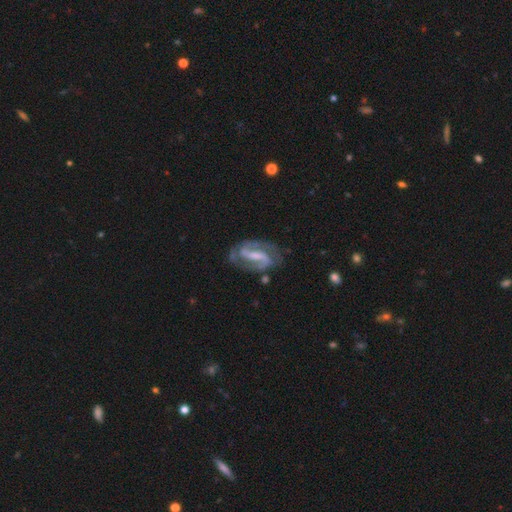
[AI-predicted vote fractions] Smooth or featured? Predicted: featured or disk (p=0.88). Edge-on disk? Predicted: no (p=0.97). Bar? Predicted: strong (p=0.45). Spiral arms? Predicted: yes (p=0.96). Spiral winding? Predicted: medium (p=0.55). Spiral arm count? Predicted: 2 (p=0.91). Bulge size? Predicted: small (p=0.40). Merging? Predicted: none (p=0.71).